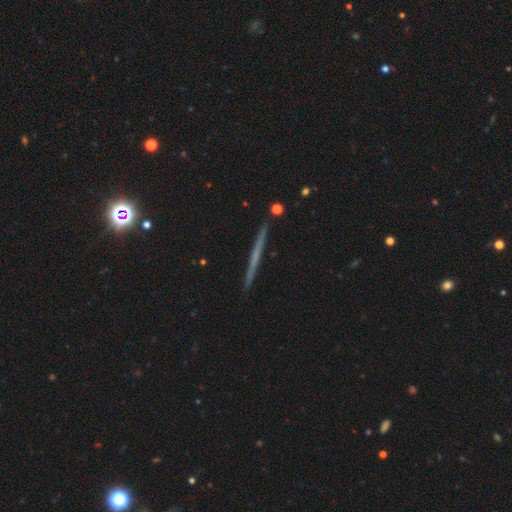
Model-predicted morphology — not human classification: A featured or disk galaxy (59%) viewed edge-on (97%) with no central bulge (88%).

Vote fractions:
- Smooth or featured? featured or disk: 59% / smooth: 32% / star or artifact: 10%
- Edge-on disk? yes: 97% / no: 3%
- Edge-on bulge? none: 88% / rounded: 9% / boxy: 4%
- Merging? none: 92% / minor disturbance: 6% / merger: 1% / major disturbance: 1%